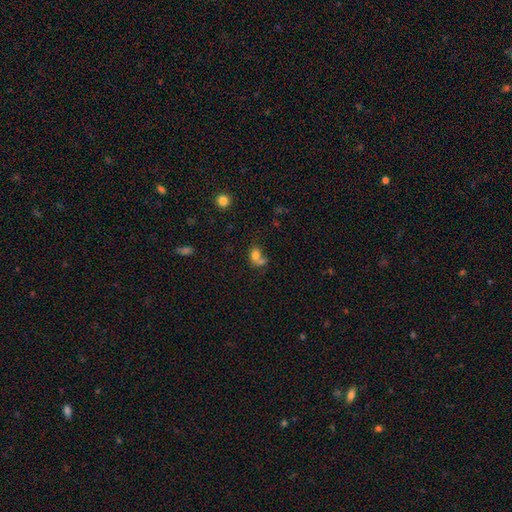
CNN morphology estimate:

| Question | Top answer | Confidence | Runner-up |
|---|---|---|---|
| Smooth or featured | smooth | 74% | featured or disk (14%) |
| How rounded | in between | 61% | round (37%) |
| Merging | merger | 52% | none (28%) |